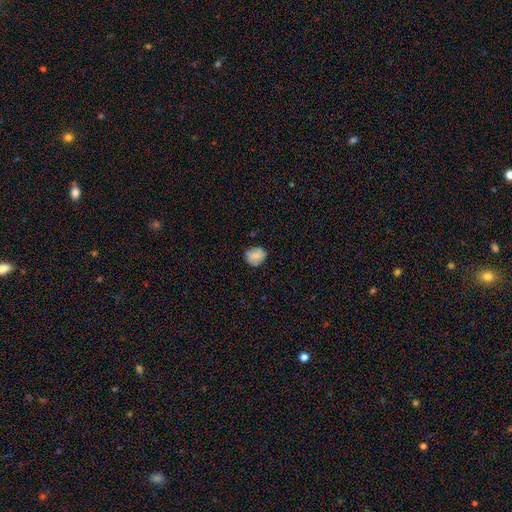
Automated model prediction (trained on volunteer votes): Q: Smooth or featured?
A: smooth (81%); runner-up: featured or disk (11%)
Q: How rounded?
A: round (66%); runner-up: in between (33%)
Q: Merging?
A: none (77%); runner-up: minor disturbance (18%)